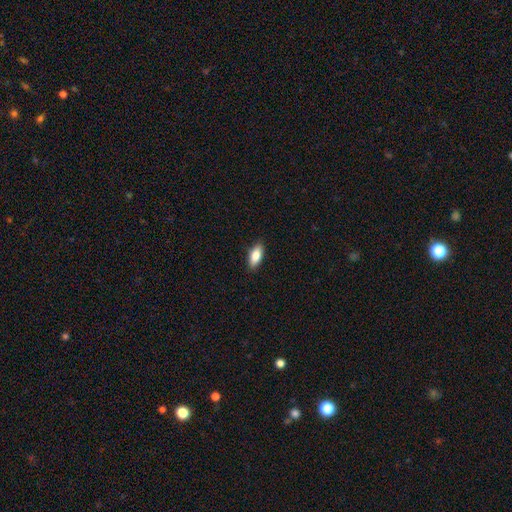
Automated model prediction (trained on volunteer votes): A smooth galaxy with no disk features (82%) that is in between round and cigar-shaped (83%). Merging: none (89%).